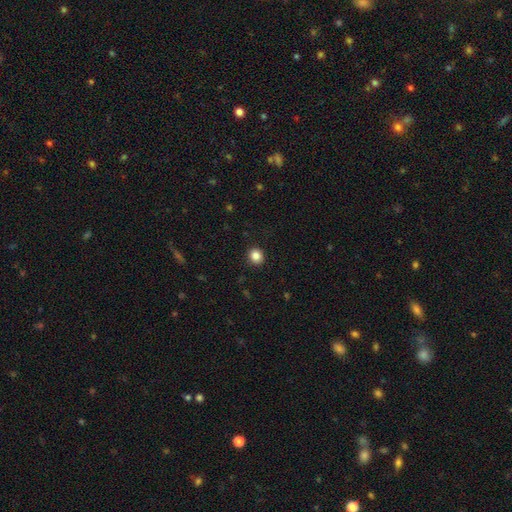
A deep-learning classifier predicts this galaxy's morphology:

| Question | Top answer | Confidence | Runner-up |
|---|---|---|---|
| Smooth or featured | smooth | 85% | star or artifact (11%) |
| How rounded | round | 87% | in between (12%) |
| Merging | none | 92% | minor disturbance (6%) |